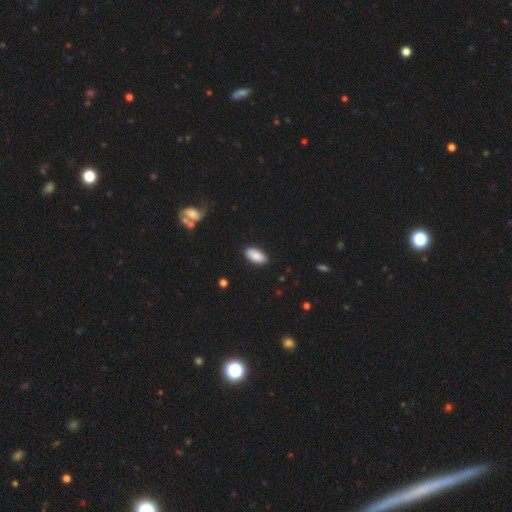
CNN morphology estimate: The model was most divided on "merging": none: 88%, minor disturbance: 9%, major disturbance: 2%, merger: 1%. More confident: how rounded — in between (93%); smooth or featured — smooth (89%).